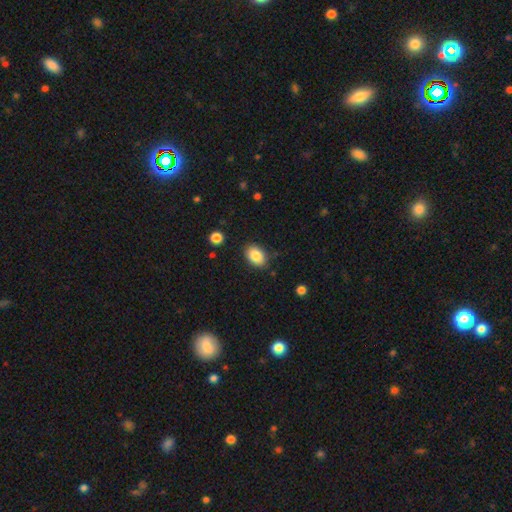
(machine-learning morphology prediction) This is clearly a smooth galaxy (86%). How rounded: clearly in between (85%). Merging: clearly none (85%).